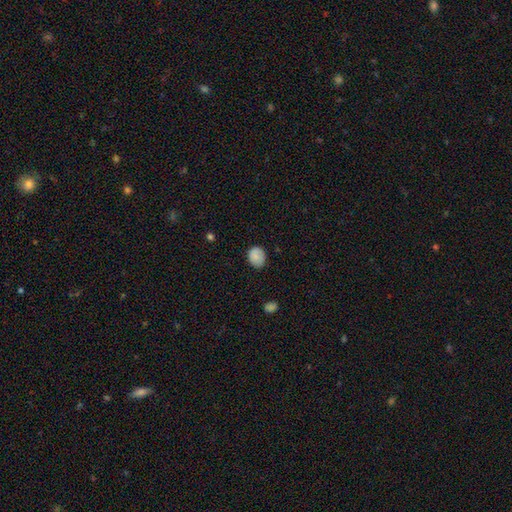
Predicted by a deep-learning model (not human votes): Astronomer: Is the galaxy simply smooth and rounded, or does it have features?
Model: smooth — 85%.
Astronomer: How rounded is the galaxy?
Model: round — 53% (runner-up: in between, 47%).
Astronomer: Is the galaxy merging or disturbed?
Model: none — 77%.